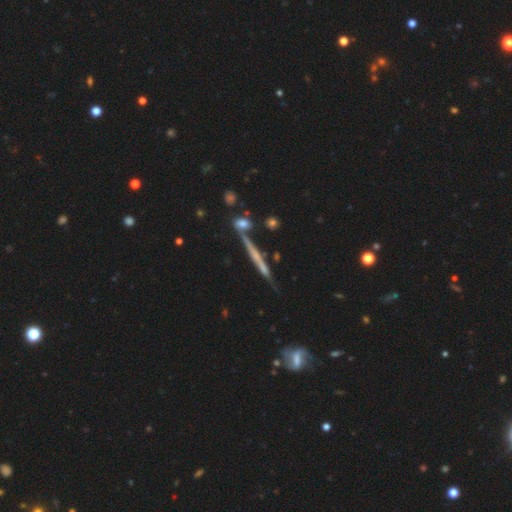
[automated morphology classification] This appears to be a featured or disk galaxy (64%) viewed edge-on (95%) with no central bulge (55%). Merging: none (72%).